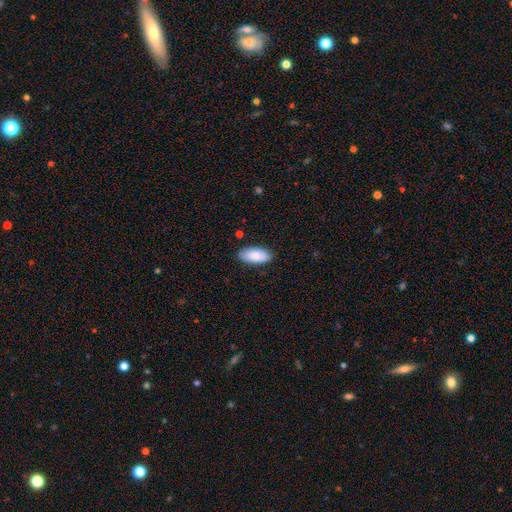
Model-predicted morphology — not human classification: Smooth or featured: smooth — 86% (featured or disk — 8%)
How rounded: in between — 92% (cigar-shaped — 6%)
Merging: none — 85% (minor disturbance — 11%)